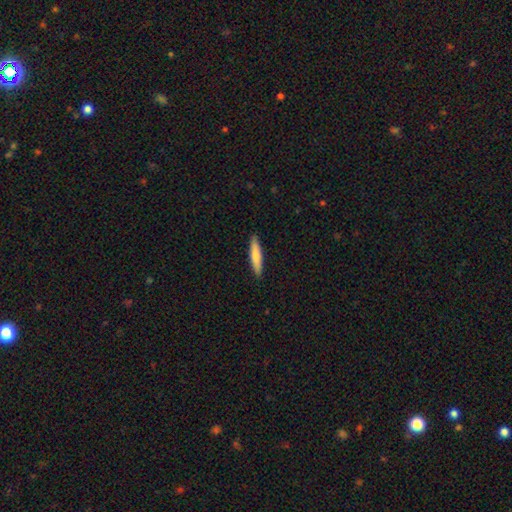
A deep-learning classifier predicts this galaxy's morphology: This is likely a smooth galaxy (73%). How rounded: clearly cigar-shaped (88%). Merging: clearly none (91%).